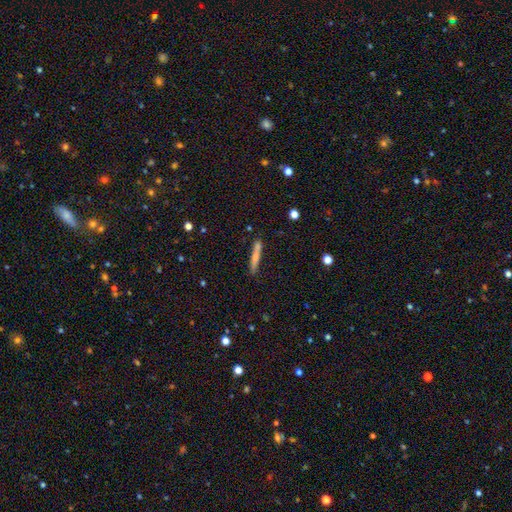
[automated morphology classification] Smooth or featured: smooth — 69% (featured or disk — 24%)
How rounded: cigar-shaped — 94% (in between — 4%)
Merging: none — 78% (minor disturbance — 14%)